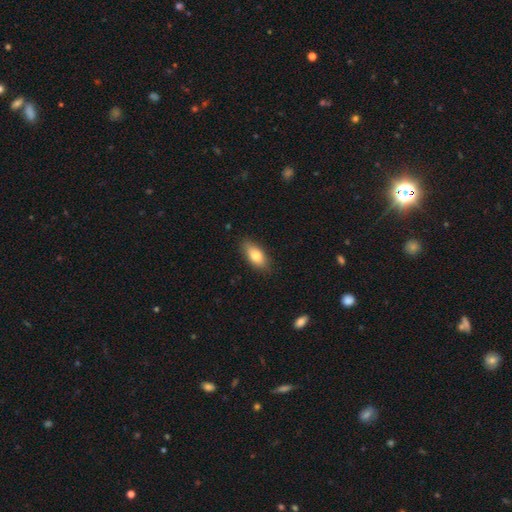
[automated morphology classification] Smooth or featured: smooth — 78% (featured or disk — 15%)
How rounded: in between — 85% (cigar-shaped — 11%)
Merging: none — 84% (minor disturbance — 13%)